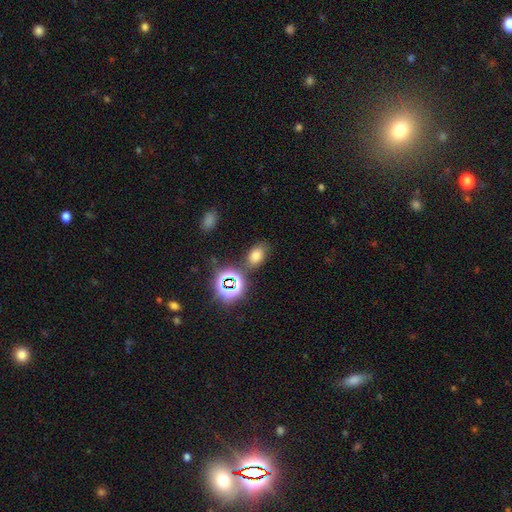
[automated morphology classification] smooth 67%, star or artifact 24%, featured or disk 9%. Down the decision tree: how rounded — in between (81%); merging — none (74%).